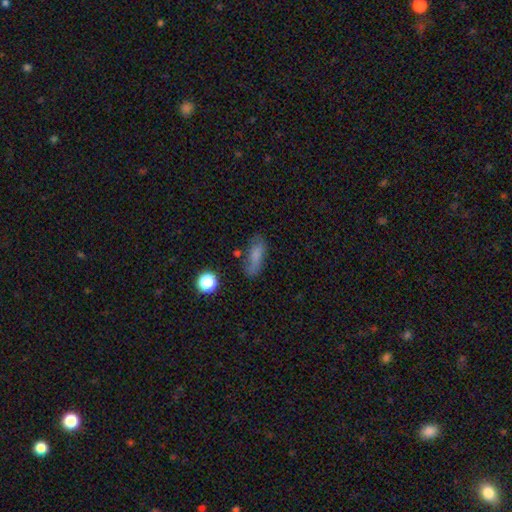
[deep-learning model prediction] Smooth or featured: smooth — 71% (featured or disk — 17%)
How rounded: in between — 62% (cigar-shaped — 32%)
Merging: none — 61% (minor disturbance — 24%)